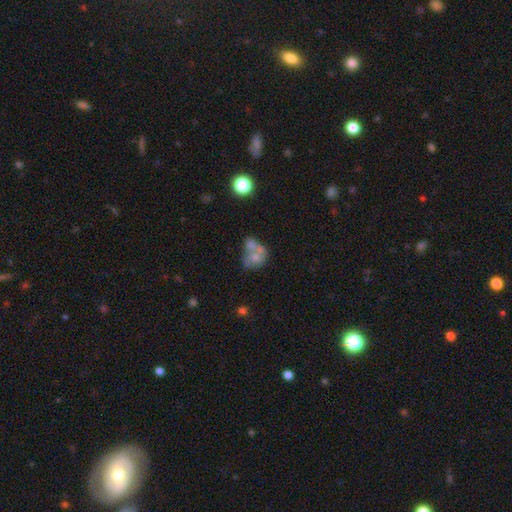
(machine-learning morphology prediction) This appears to be a smooth galaxy with no disk features (53%) that is in between round and cigar-shaped (53%). Merging: merger (57%).